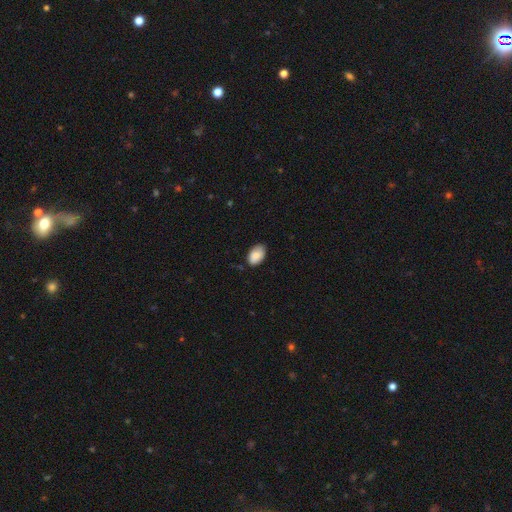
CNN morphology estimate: A smooth galaxy with no disk features (88%) that is in between round and cigar-shaped (91%).

Vote fractions:
- Smooth or featured? smooth: 88% / star or artifact: 7% / featured or disk: 6%
- How rounded? in between: 91% / round: 8% / cigar-shaped: 1%
- Merging? none: 77% / minor disturbance: 19% / major disturbance: 3% / merger: 1%